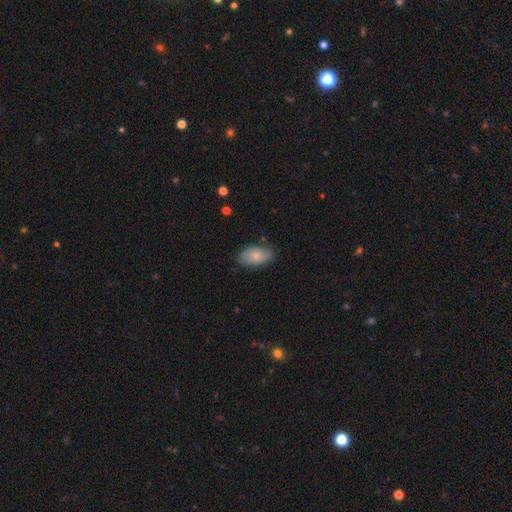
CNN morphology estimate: Q: Smooth or featured?
A: smooth (80%); runner-up: featured or disk (14%)
Q: How rounded?
A: in between (93%); runner-up: round (4%)
Q: Merging?
A: none (79%); runner-up: minor disturbance (17%)